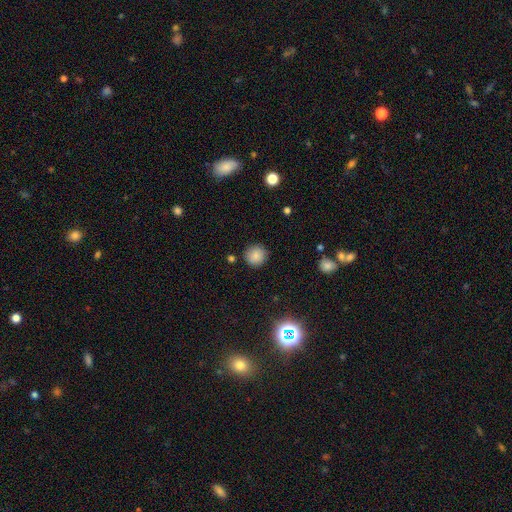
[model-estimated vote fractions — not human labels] Q: Smooth or featured?
A: smooth (84%); runner-up: star or artifact (11%)
Q: How rounded?
A: round (94%); runner-up: in between (5%)
Q: Merging?
A: none (89%); runner-up: minor disturbance (7%)